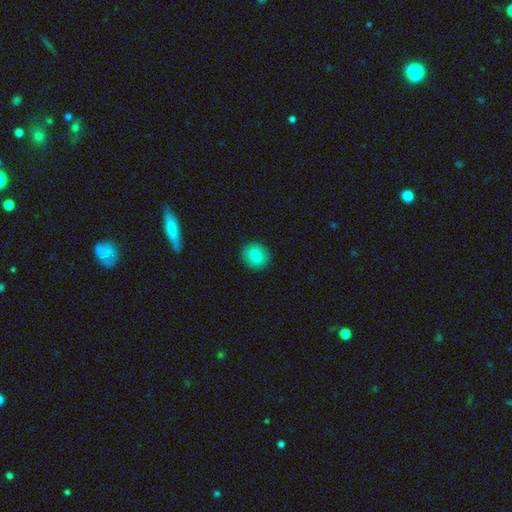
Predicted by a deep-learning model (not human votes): Smooth or featured? smooth (78%)
How rounded? round (87%)
Merging? none (91%)